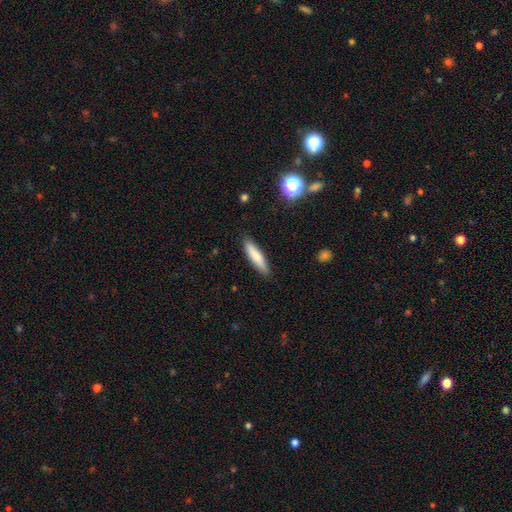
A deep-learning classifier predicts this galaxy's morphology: Smooth or featured?
  - smooth: 77% *
  - featured or disk: 17%
  - star or artifact: 6%
How rounded?
  - cigar-shaped: 78% *
  - in between: 20%
  - round: 1%
Merging?
  - none: 87% *
  - minor disturbance: 10%
  - major disturbance: 2%
  - merger: 1%